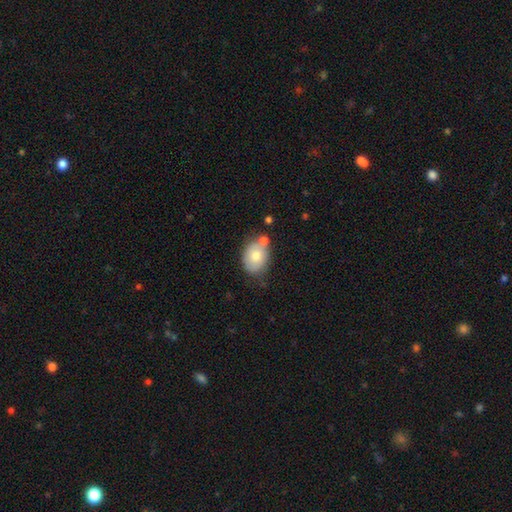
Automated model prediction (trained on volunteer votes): Smooth or featured? smooth (73%)
How rounded? in between (72%)
Merging? none (59%)